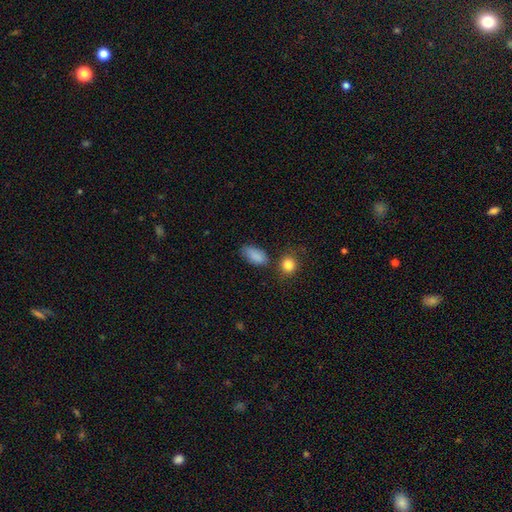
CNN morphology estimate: Smooth or featured? smooth (86%)
How rounded? in between (88%)
Merging? none (61%)